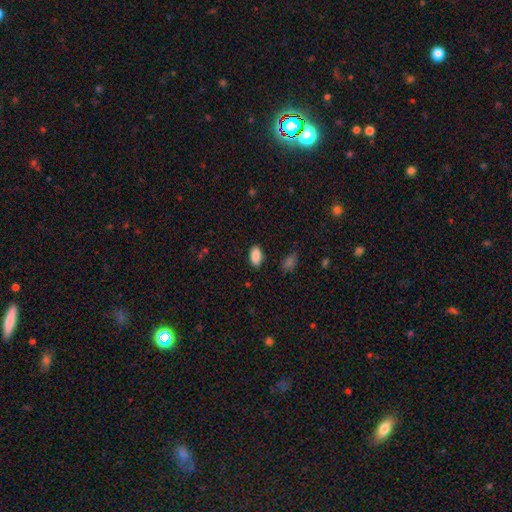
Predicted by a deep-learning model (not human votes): Smooth or featured? Predicted: smooth (p=0.89). How rounded? Predicted: in between (p=0.92). Merging? Predicted: none (p=0.87).